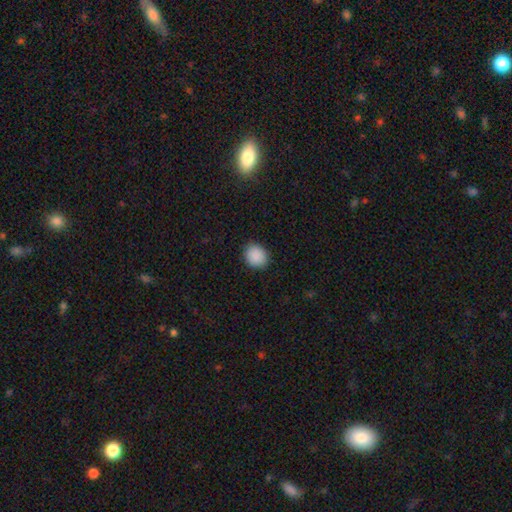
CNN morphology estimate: A smooth galaxy with no disk features (90%) that is round (71%). Merging: none (89%).